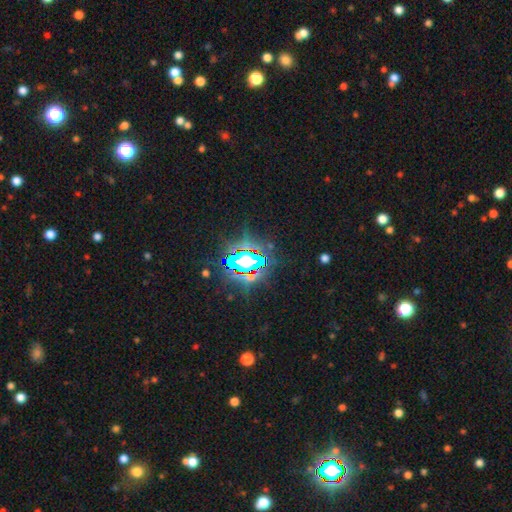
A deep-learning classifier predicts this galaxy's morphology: type=star or artifact (82%).